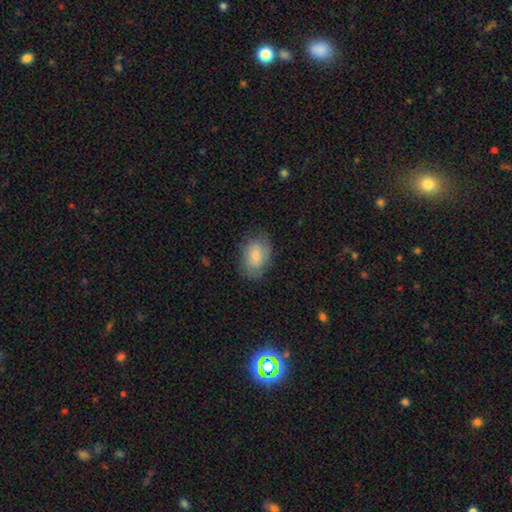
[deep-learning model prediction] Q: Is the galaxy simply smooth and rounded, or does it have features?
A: smooth — 71%.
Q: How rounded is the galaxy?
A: in between — 79%.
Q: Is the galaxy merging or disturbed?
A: none — 72%.